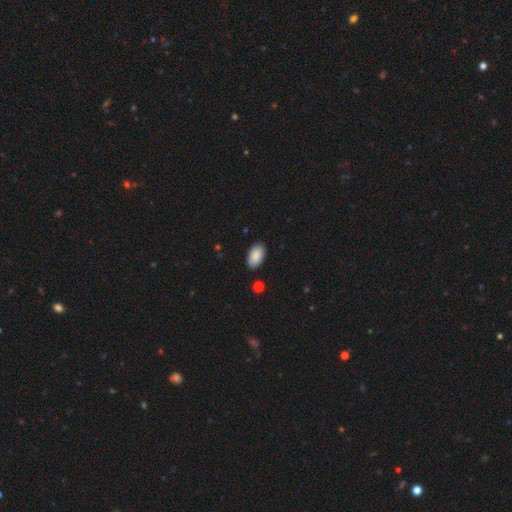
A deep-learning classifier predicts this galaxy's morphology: Smooth or featured? smooth (89%)
How rounded? in between (95%)
Merging? none (88%)